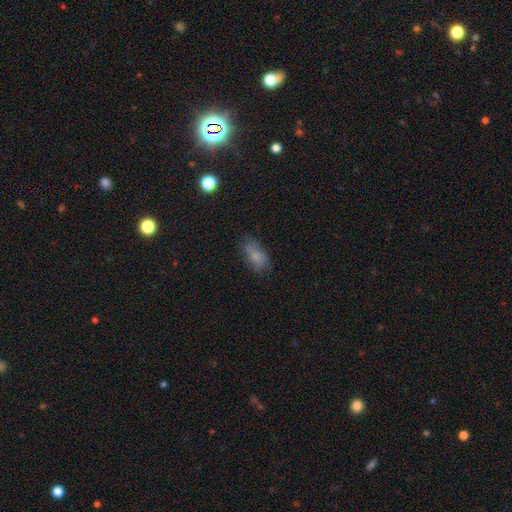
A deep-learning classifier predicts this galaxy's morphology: The model was most divided on "merging": none: 56%, minor disturbance: 27%, major disturbance: 11%, merger: 6%. More confident: how rounded — in between (88%); smooth or featured — smooth (74%).